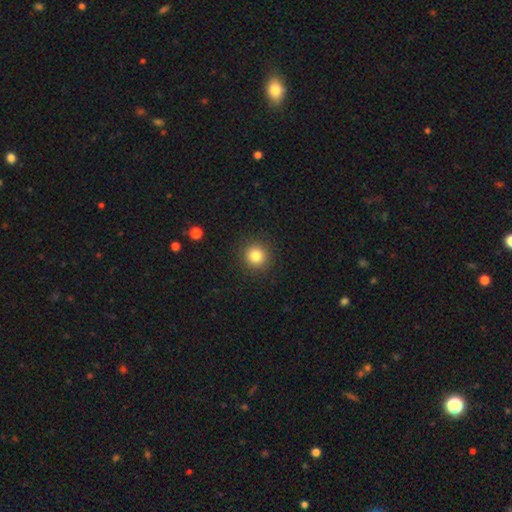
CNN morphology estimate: This appears to be a smooth galaxy with no disk features (83%) that is round (93%). Merging: none (91%).